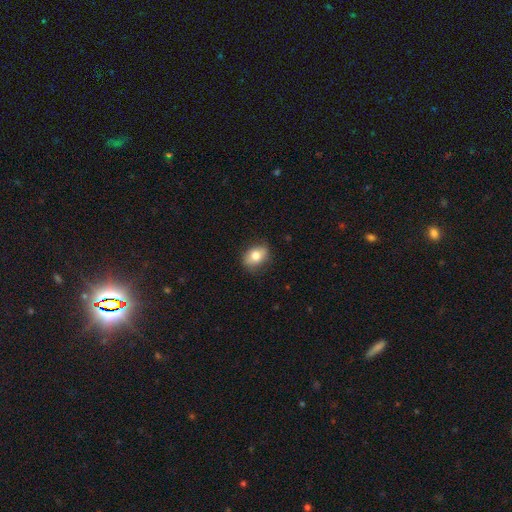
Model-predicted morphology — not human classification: This is likely a smooth galaxy (77%). How rounded: likely in between (69%). Merging: likely none (78%).